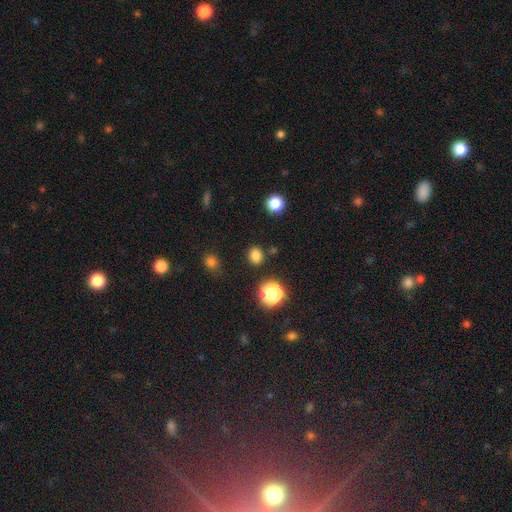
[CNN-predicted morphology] Smooth or featured? Predicted: smooth (p=0.79). How rounded? Predicted: round (p=0.67). Merging? Predicted: none (p=0.85).